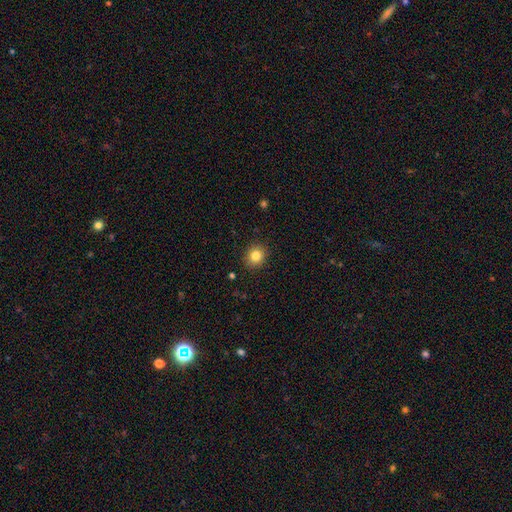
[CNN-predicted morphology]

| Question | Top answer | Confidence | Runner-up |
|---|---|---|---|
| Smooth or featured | smooth | 83% | star or artifact (11%) |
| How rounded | round | 77% | in between (22%) |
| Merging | none | 90% | minor disturbance (7%) |